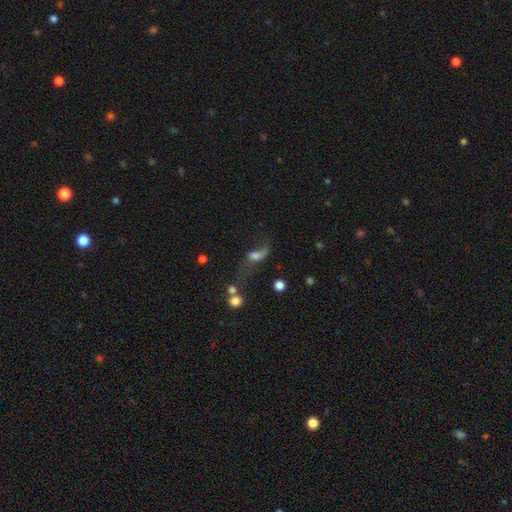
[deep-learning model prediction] smooth-or-featured: featured or disk: 49% | smooth: 39% | star or artifact: 13%
  merging: major disturbance: 35% | none: 34% | minor disturbance: 19% | merger: 13%